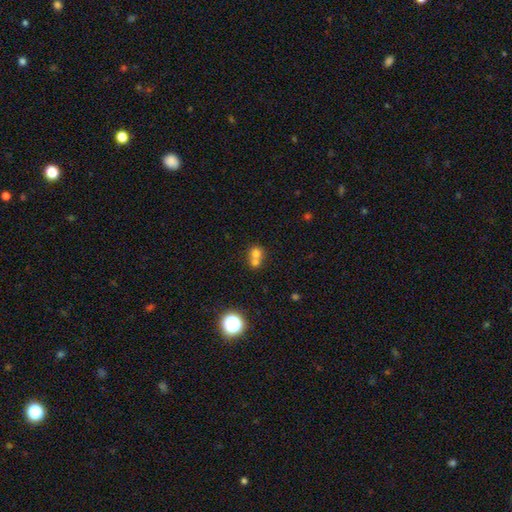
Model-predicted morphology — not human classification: The model was most divided on "merging": merger: 61%, none: 31%, minor disturbance: 5%, major disturbance: 3%. More confident: how rounded — round (77%); smooth or featured — smooth (71%).